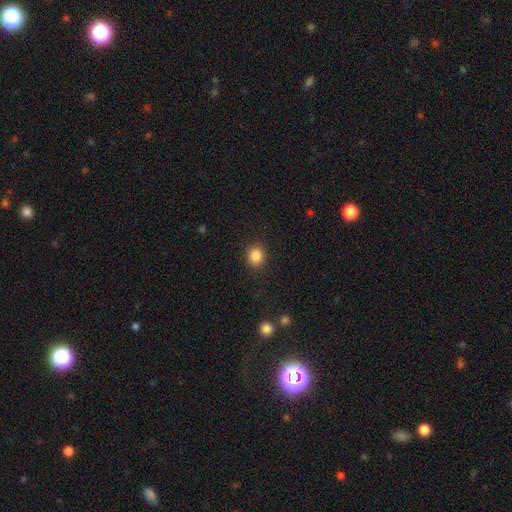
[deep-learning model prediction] A smooth galaxy with no disk features (86%) that is round (81%). Merging: none (90%).